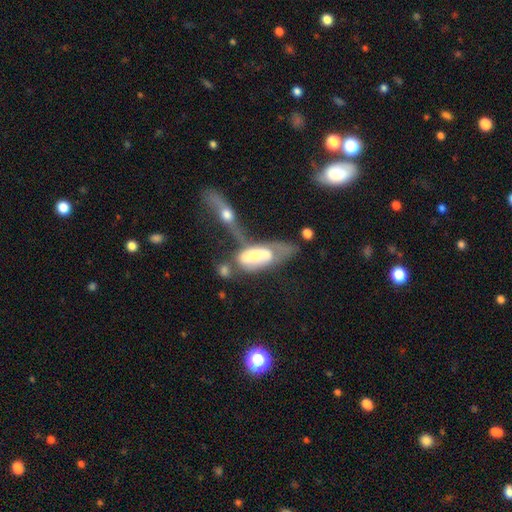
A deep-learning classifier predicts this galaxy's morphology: This appears to be a featured or disk galaxy (48%). Merging: merger (51%).